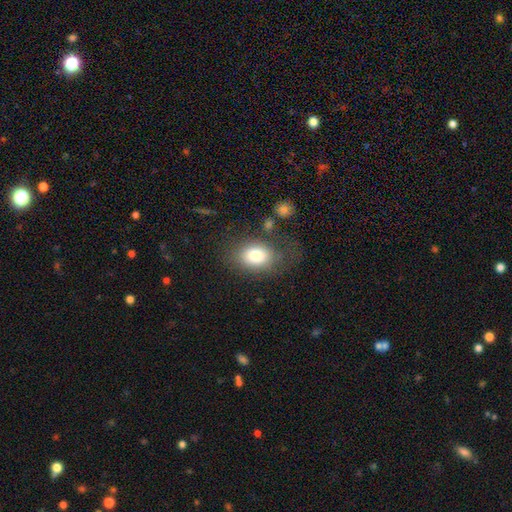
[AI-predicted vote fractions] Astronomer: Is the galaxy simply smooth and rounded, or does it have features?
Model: smooth — 79%.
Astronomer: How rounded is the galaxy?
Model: in between — 71%.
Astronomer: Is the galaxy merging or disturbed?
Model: none — 63%.